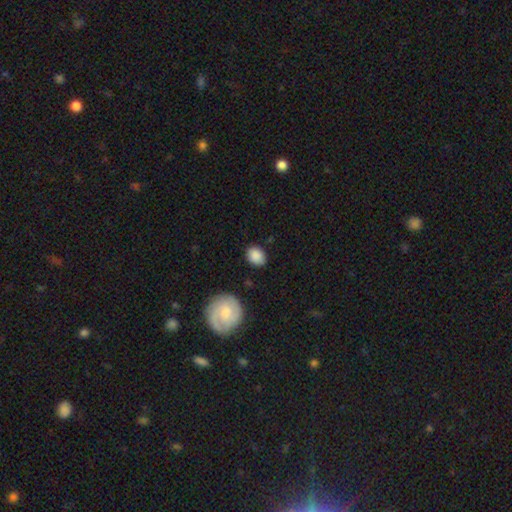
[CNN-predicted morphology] A smooth galaxy with no disk features (86%) that is in between round and cigar-shaped (54%).

Vote fractions:
- Smooth or featured? smooth: 86% / featured or disk: 7% / star or artifact: 7%
- How rounded? in between: 54% / round: 44% / cigar-shaped: 1%
- Merging? none: 81% / minor disturbance: 14% / major disturbance: 3% / merger: 2%